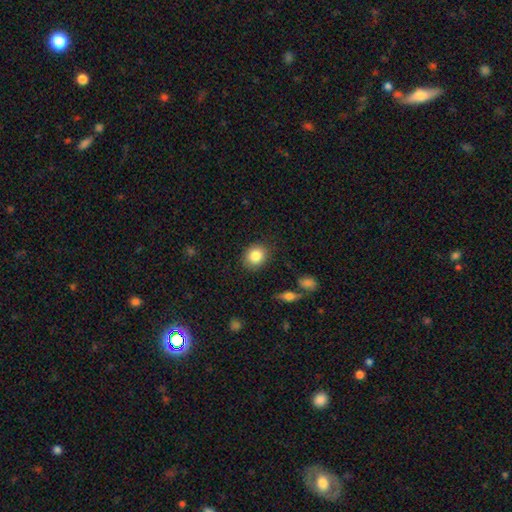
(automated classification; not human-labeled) The model was most divided on "how rounded": round: 66%, in between: 33%, cigar-shaped: 1%. More confident: merging — none (86%); smooth or featured — smooth (85%).